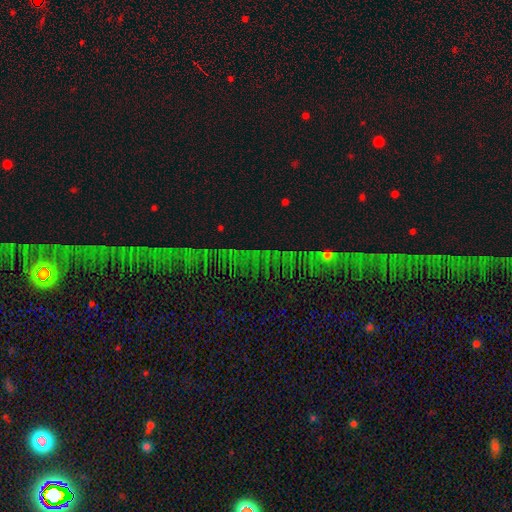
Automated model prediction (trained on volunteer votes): smooth-or-featured: star or artifact: 76% | featured or disk: 14% | smooth: 10%